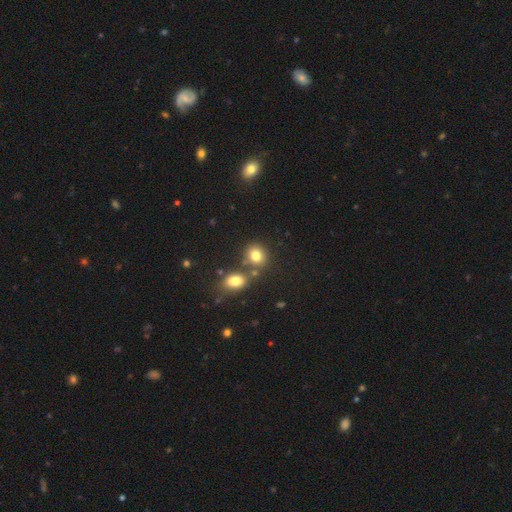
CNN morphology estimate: smooth_or_featured: smooth (p=0.79) [alt: star or artifact p=0.13]
how_rounded: round (p=0.67) [alt: in between p=0.32]
merging: none (p=0.63) [alt: merger p=0.24]